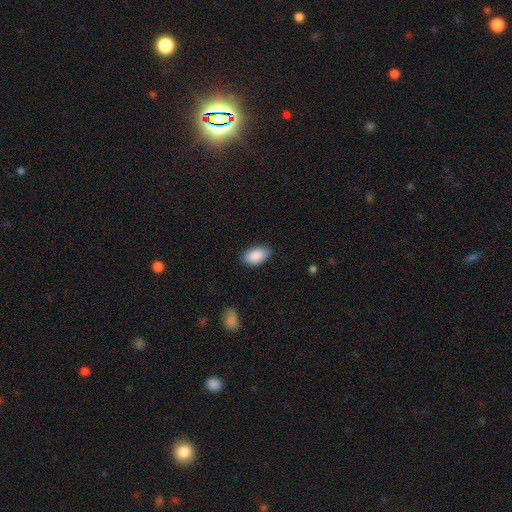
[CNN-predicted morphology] smooth_or_featured: smooth (p=0.90) [alt: star or artifact p=0.06]
how_rounded: in between (p=0.94) [alt: round p=0.05]
merging: none (p=0.83) [alt: minor disturbance p=0.13]